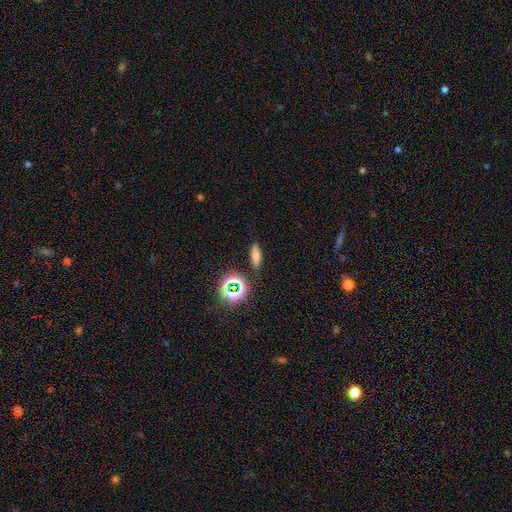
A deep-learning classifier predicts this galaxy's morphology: The model was most divided on "how rounded": in between: 48%, cigar-shaped: 44%, round: 8%. More confident: merging — none (85%); smooth or featured — smooth (65%).